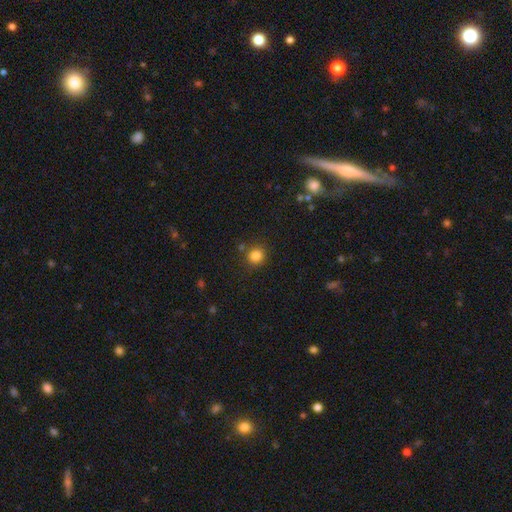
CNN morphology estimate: A smooth galaxy with no disk features (84%) that is round (90%).

Vote fractions:
- Smooth or featured? smooth: 84% / star or artifact: 12% / featured or disk: 4%
- How rounded? round: 90% / in between: 9% / cigar-shaped: 1%
- Merging? none: 83% / minor disturbance: 9% / merger: 5% / major disturbance: 3%